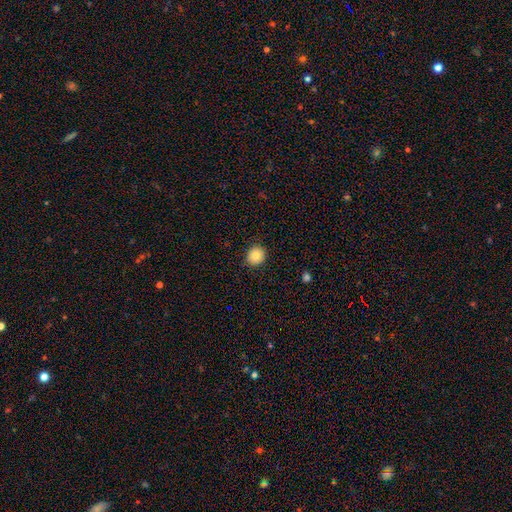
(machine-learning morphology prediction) Q: Smooth or featured?
A: smooth (84%); runner-up: star or artifact (9%)
Q: How rounded?
A: round (80%); runner-up: in between (19%)
Q: Merging?
A: none (90%); runner-up: minor disturbance (7%)